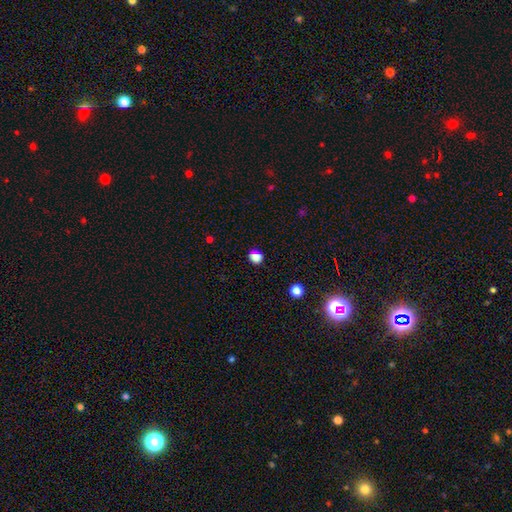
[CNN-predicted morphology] Q: Smooth or featured?
A: smooth (71%); runner-up: star or artifact (25%)
Q: How rounded?
A: round (76%); runner-up: in between (23%)
Q: Merging?
A: none (84%); runner-up: minor disturbance (10%)